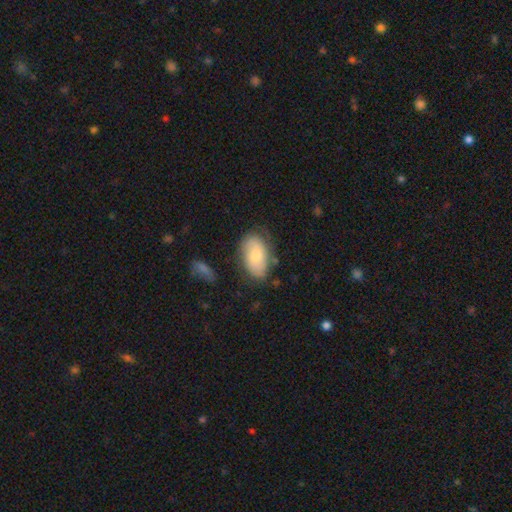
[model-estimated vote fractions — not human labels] smooth 62%, featured or disk 32%, star or artifact 6%. Down the decision tree: how rounded — in between (91%); merging — none (70%).